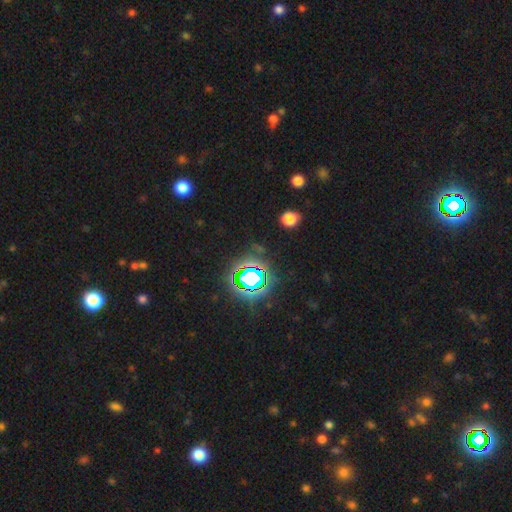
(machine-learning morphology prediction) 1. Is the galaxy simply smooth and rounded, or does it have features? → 80% star or artifact, 13% smooth, 7% featured or disk.